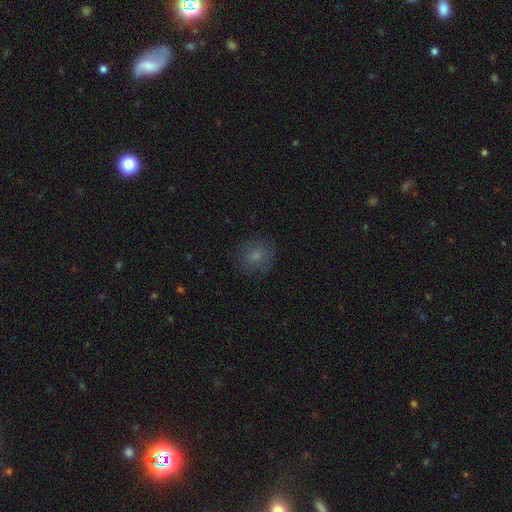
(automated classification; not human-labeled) smooth-or-featured: smooth: 79% | star or artifact: 11% | featured or disk: 10%
  how-rounded: round: 83% | in between: 16% | cigar-shaped: 1%
  merging: none: 82% | minor disturbance: 12% | major disturbance: 4% | merger: 1%